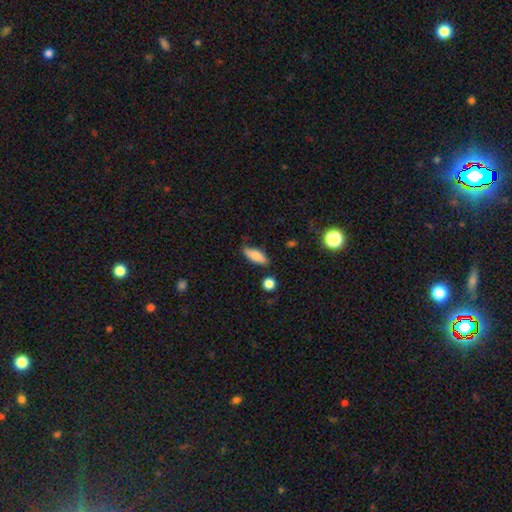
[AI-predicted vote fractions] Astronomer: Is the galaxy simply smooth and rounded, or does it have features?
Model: smooth — 80%.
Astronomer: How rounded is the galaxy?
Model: in between — 68%.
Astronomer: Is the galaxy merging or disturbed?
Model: none — 73%.